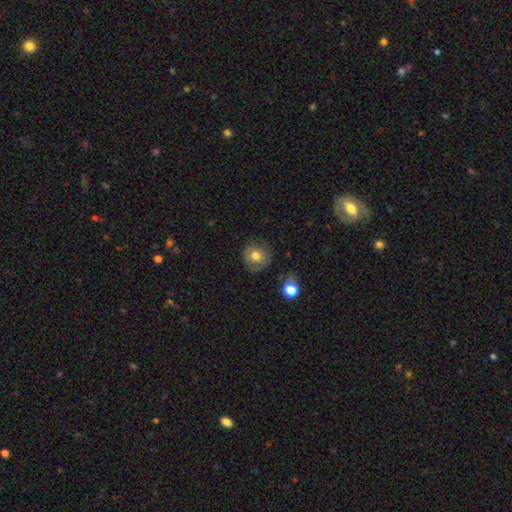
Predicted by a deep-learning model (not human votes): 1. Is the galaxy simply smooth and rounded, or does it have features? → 68% smooth, 22% featured or disk, 10% star or artifact.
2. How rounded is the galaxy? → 90% round, 9% in between, 1% cigar-shaped.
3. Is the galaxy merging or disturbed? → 74% none, 18% minor disturbance, 6% major disturbance, 2% merger.